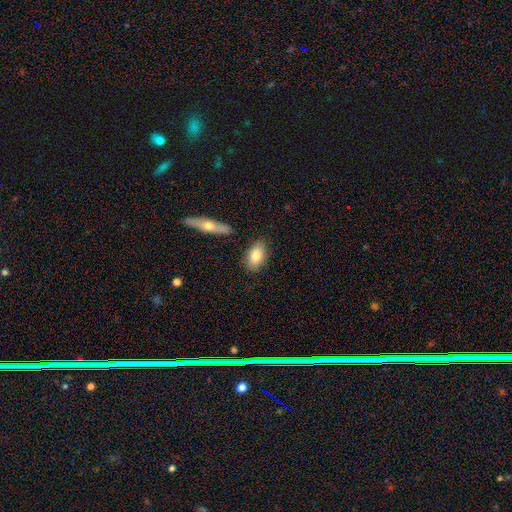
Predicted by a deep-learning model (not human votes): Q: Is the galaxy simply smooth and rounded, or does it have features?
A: smooth — 82%.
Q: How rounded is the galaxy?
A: in between — 91%.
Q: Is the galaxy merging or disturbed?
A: none — 81%.